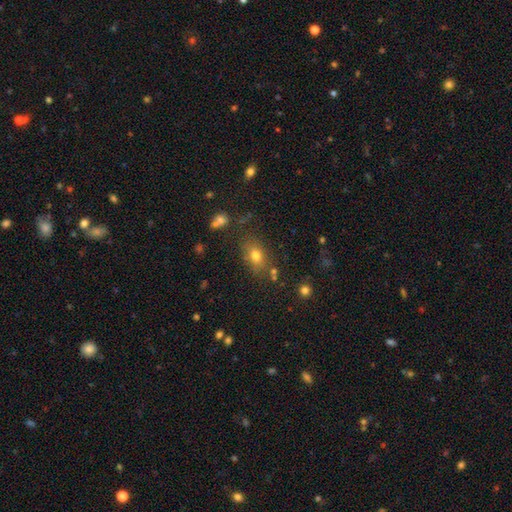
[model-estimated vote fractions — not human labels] Smooth or featured?
  - smooth: 74% *
  - star or artifact: 15%
  - featured or disk: 11%
How rounded?
  - in between: 71% *
  - round: 27%
  - cigar-shaped: 2%
Merging?
  - none: 74% *
  - minor disturbance: 14%
  - merger: 7%
  - major disturbance: 5%